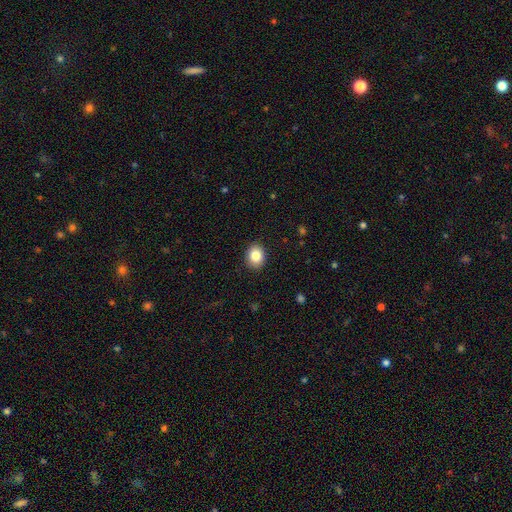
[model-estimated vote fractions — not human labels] smooth_or_featured: smooth (p=0.84) [alt: star or artifact p=0.09]
how_rounded: round (p=0.52) [alt: in between p=0.47]
merging: none (p=0.90) [alt: minor disturbance p=0.07]